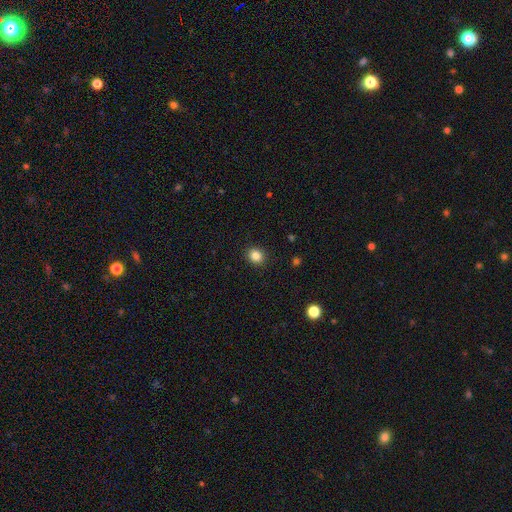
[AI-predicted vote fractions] Smooth or featured: smooth — 85% (star or artifact — 11%)
How rounded: round — 74% (in between — 25%)
Merging: none — 91% (minor disturbance — 6%)